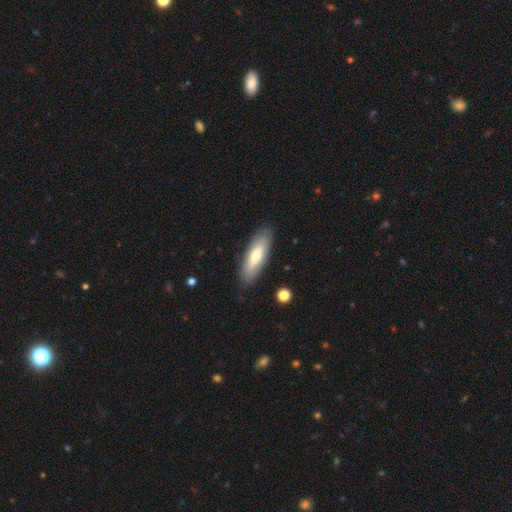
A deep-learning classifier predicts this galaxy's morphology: This appears to be a smooth galaxy with no disk features (67%) that is in between round and cigar-shaped (56%). Merging: none (86%).